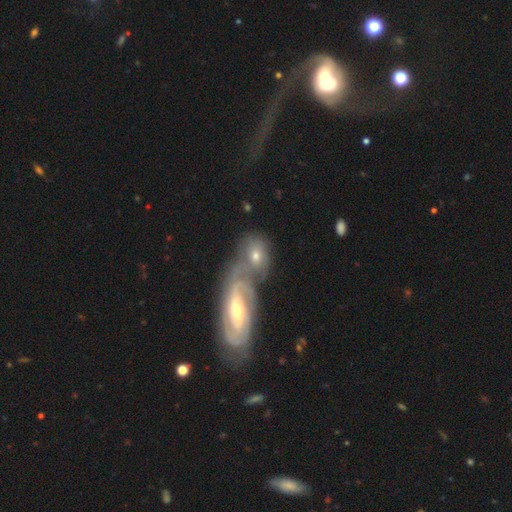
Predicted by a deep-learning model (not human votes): This appears to be a featured or disk galaxy (52%). Merging: merger (51%).